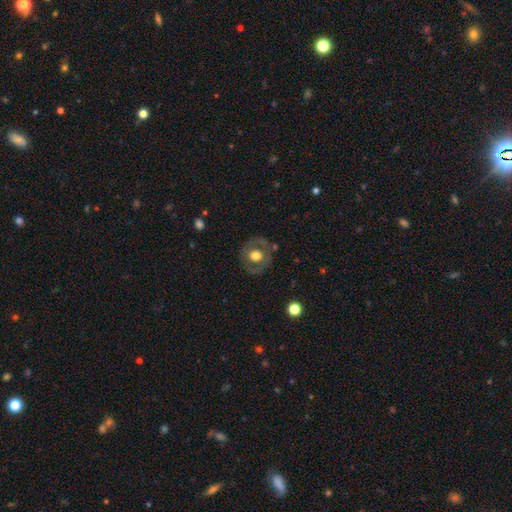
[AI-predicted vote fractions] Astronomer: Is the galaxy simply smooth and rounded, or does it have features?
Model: smooth — 47% (runner-up: featured or disk, 45%).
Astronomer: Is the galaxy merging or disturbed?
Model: none — 79%.